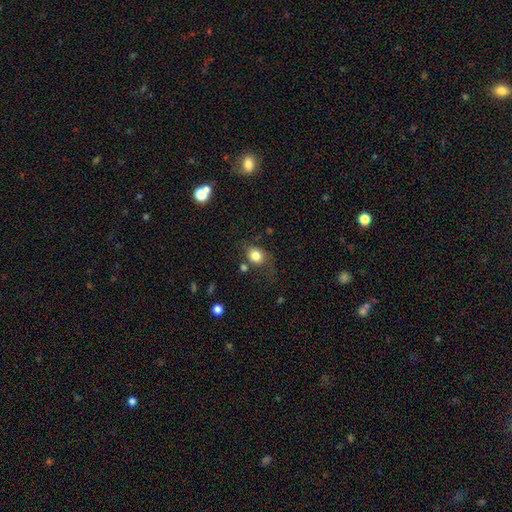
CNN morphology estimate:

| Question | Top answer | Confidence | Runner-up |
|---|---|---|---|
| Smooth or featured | smooth | 79% | featured or disk (11%) |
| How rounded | round | 59% | in between (40%) |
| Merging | none | 56% | minor disturbance (22%) |